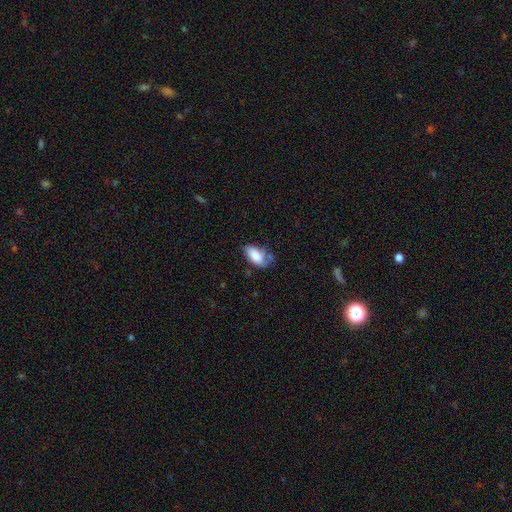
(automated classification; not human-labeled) Smooth or featured: smooth — 83% (featured or disk — 10%)
How rounded: in between — 92% (cigar-shaped — 5%)
Merging: none — 49% (minor disturbance — 33%)